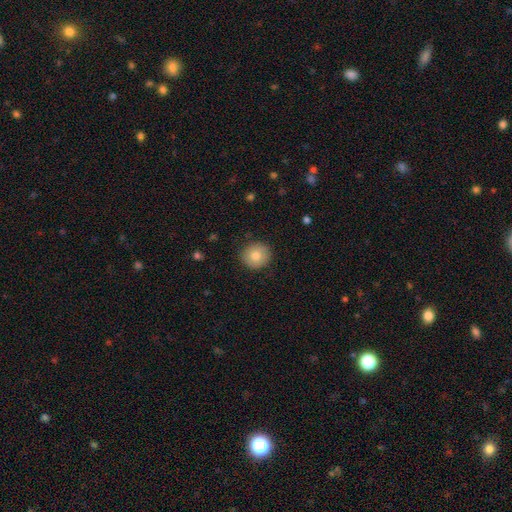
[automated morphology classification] This appears to be a smooth galaxy with no disk features (82%) that is round (91%). Merging: none (88%).